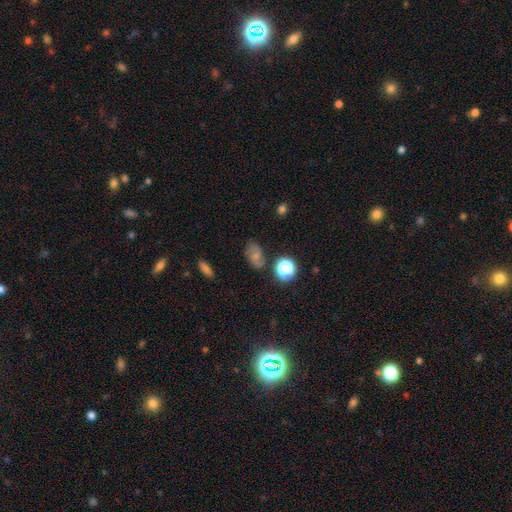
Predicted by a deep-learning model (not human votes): Smooth or featured: smooth — 55% (featured or disk — 26%)
How rounded: in between — 74% (round — 24%)
Merging: none — 70% (minor disturbance — 19%)